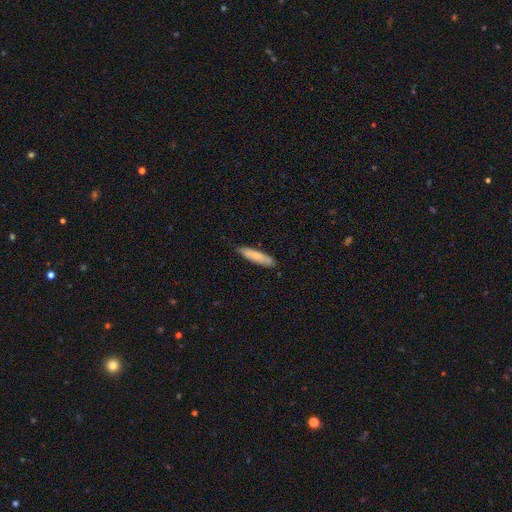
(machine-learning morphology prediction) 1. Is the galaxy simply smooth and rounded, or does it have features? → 77% smooth, 18% featured or disk, 5% star or artifact.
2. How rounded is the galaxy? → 81% cigar-shaped, 18% in between, 1% round.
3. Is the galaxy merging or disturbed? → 85% none, 12% minor disturbance, 2% major disturbance, 1% merger.